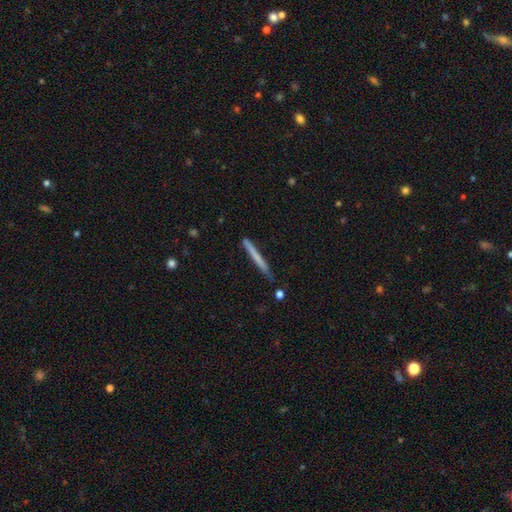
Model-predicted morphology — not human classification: The model was most divided on "smooth or featured": smooth: 61%, featured or disk: 33%, star or artifact: 6%. More confident: how rounded — cigar-shaped (97%); merging — none (87%).